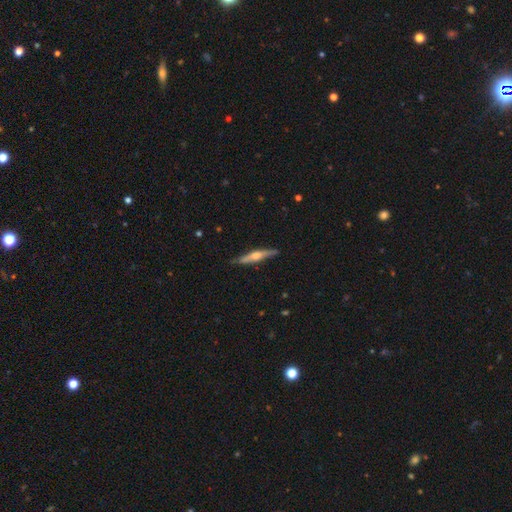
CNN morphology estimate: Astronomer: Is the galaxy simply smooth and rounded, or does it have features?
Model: featured or disk — 71%.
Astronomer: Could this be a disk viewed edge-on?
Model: yes — 97%.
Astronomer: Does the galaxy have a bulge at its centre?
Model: rounded — 90%.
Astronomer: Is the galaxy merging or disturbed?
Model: none — 88%.